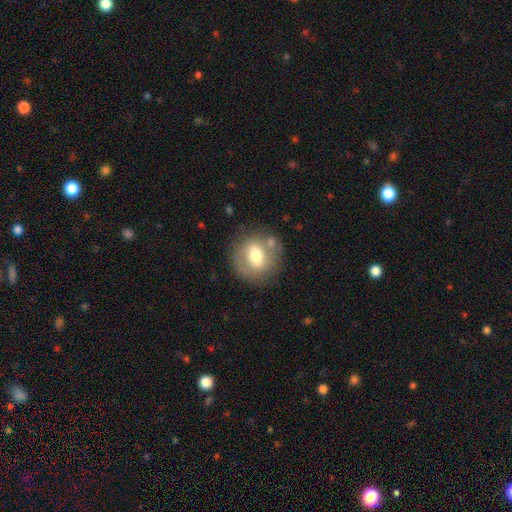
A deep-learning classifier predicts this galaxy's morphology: smooth 56%, featured or disk 36%, star or artifact 8%. Down the decision tree: how rounded — round (77%); merging — none (73%).